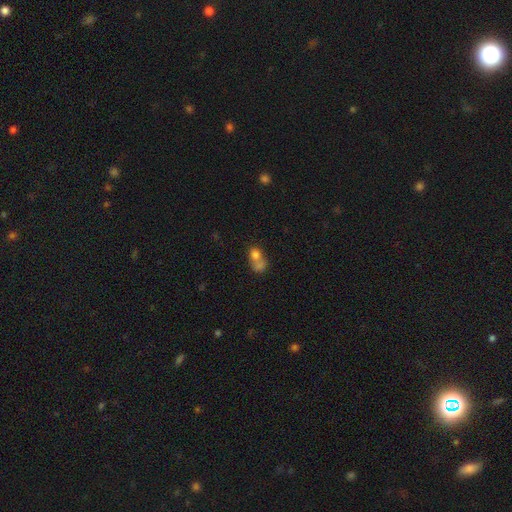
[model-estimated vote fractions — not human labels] Smooth or featured: smooth — 72% (featured or disk — 17%)
How rounded: round — 56% (in between — 43%)
Merging: merger — 68% (none — 21%)